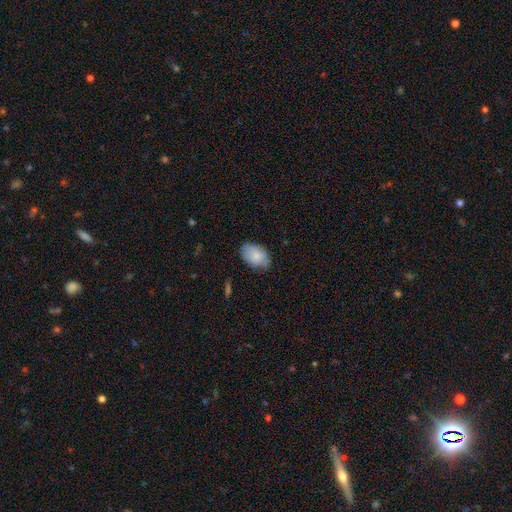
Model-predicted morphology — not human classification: This is clearly a smooth galaxy (83%). How rounded: clearly in between (88%). Merging: likely none (70%).